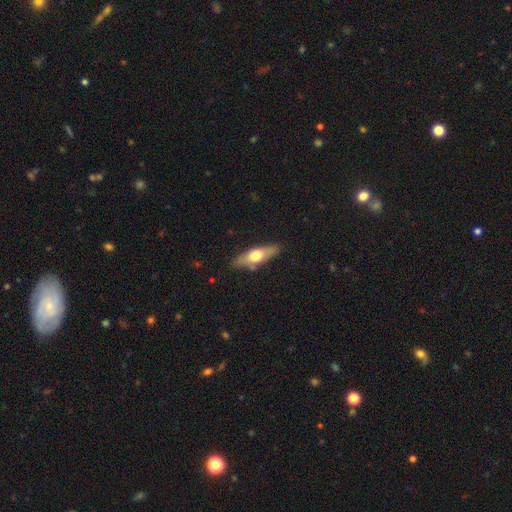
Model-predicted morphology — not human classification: Q: Smooth or featured?
A: smooth (49%); runner-up: featured or disk (45%)
Q: Merging?
A: none (83%); runner-up: minor disturbance (13%)